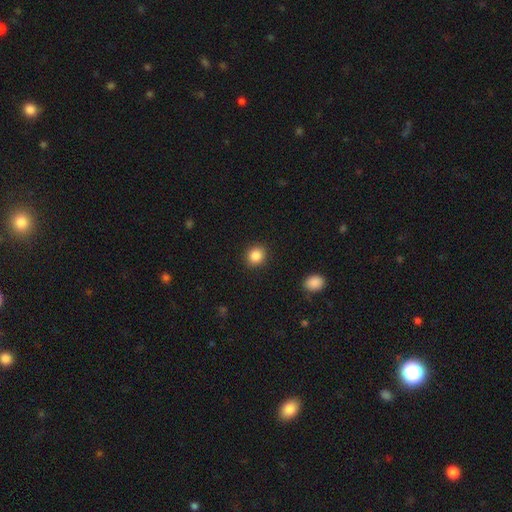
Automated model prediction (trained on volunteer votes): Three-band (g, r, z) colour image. It shows a smooth galaxy with no disk features (86%) that is round (80%). Merging: none (90%).